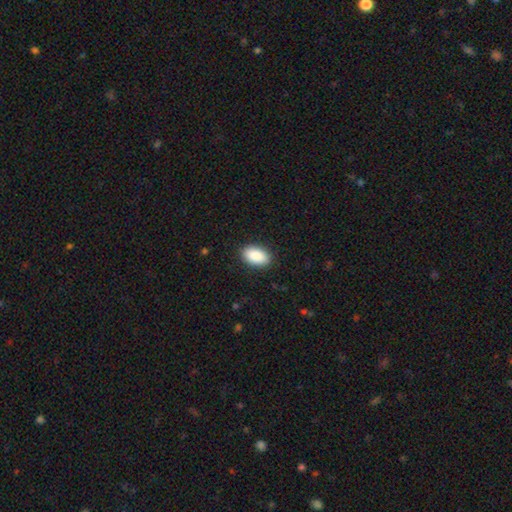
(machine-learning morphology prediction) Smooth or featured?
  - smooth: 91% *
  - star or artifact: 6%
  - featured or disk: 3%
How rounded?
  - in between: 94% *
  - round: 4%
  - cigar-shaped: 2%
Merging?
  - none: 89% *
  - minor disturbance: 8%
  - major disturbance: 2%
  - merger: 1%